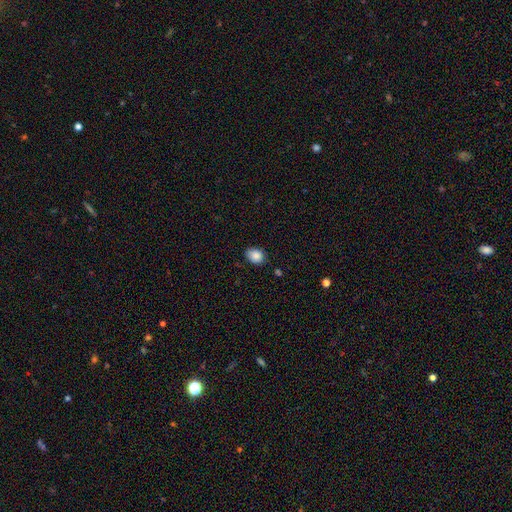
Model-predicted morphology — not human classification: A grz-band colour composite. It shows a smooth galaxy with no disk features (87%) that is in between round and cigar-shaped (63%). Merging: none (79%).